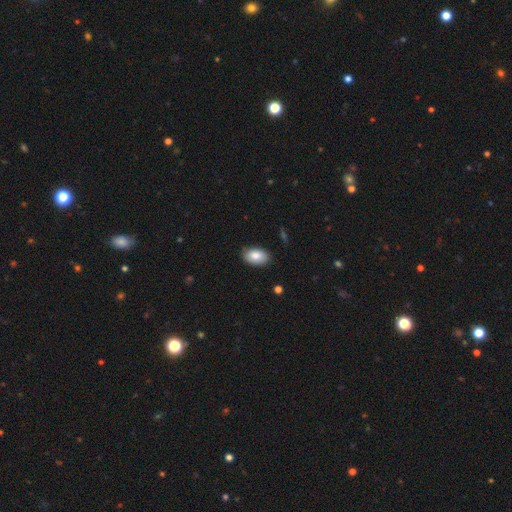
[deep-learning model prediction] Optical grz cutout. It shows a smooth galaxy with no disk features (85%) that is in between round and cigar-shaped (92%). Merging: none (86%).